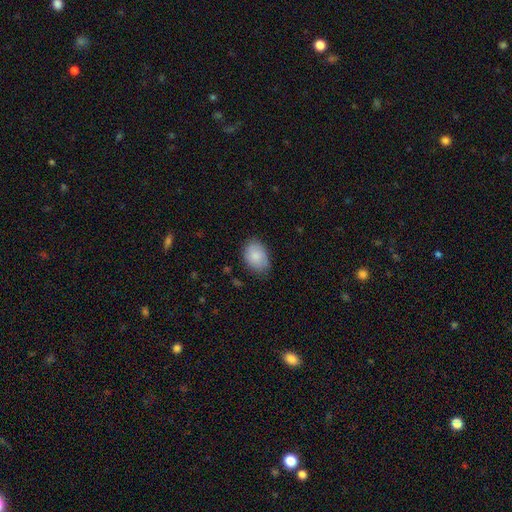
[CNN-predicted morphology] A smooth galaxy with no disk features (86%) that is in between round and cigar-shaped (77%).

Vote fractions:
- Smooth or featured? smooth: 86% / featured or disk: 7% / star or artifact: 6%
- How rounded? in between: 77% / round: 22% / cigar-shaped: 1%
- Merging? none: 73% / minor disturbance: 22% / major disturbance: 4% / merger: 1%